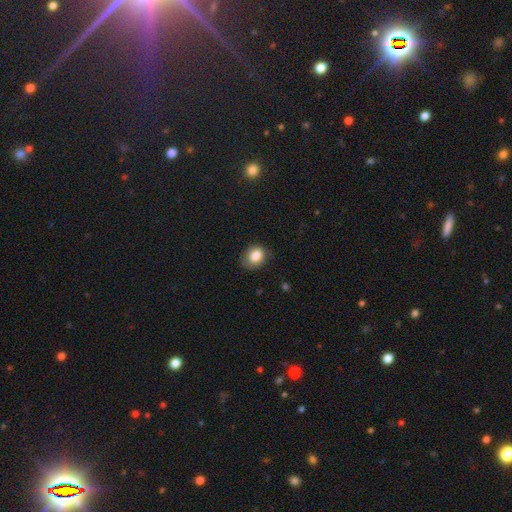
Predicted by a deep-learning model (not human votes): Morphology: type=smooth (84%); roundness=in between (60%); merging=none (69%).